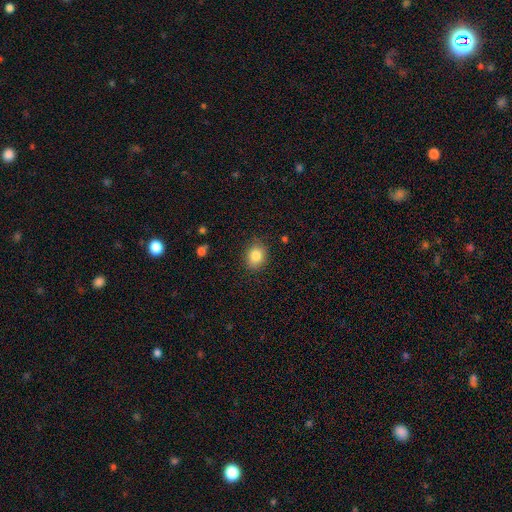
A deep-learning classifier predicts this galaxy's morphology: Smooth or featured?
  - smooth: 84% *
  - star or artifact: 9%
  - featured or disk: 7%
How rounded?
  - round: 52% *
  - in between: 48%
  - cigar-shaped: 1%
Merging?
  - none: 85% *
  - minor disturbance: 11%
  - major disturbance: 3%
  - merger: 1%